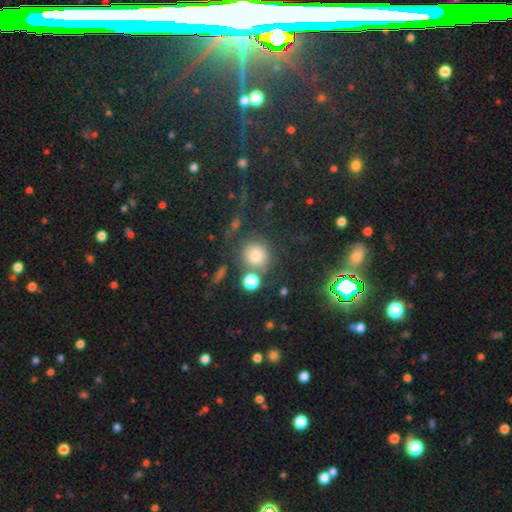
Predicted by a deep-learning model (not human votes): smooth_or_featured: smooth (p=0.72) [alt: star or artifact p=0.16]
how_rounded: round (p=0.88) [alt: in between p=0.11]
merging: none (p=0.62) [alt: merger p=0.15]